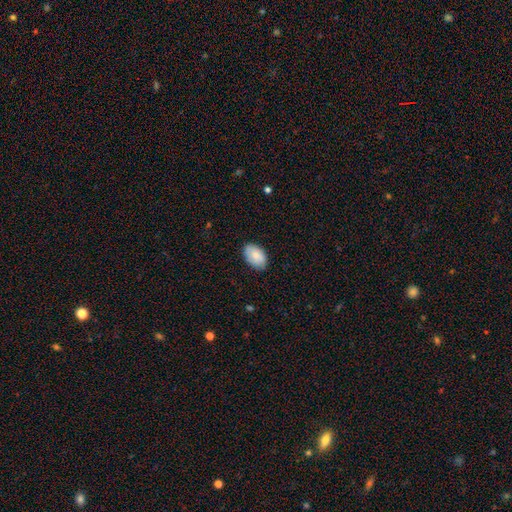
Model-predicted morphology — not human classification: type=smooth (80%); roundness=in between (91%); merging=none (83%).